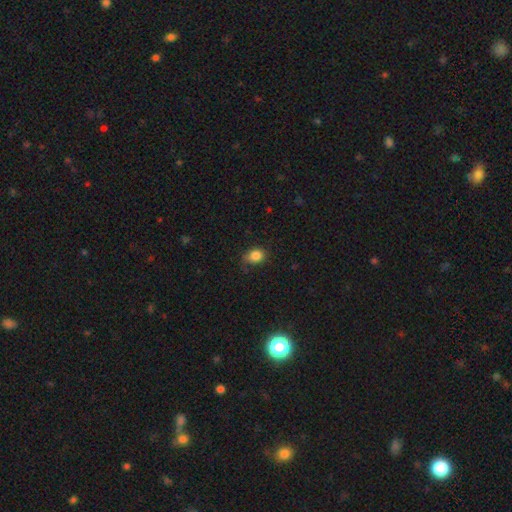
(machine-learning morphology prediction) This is clearly a smooth galaxy (84%). How rounded: possibly round (53%). Merging: likely none (68%).